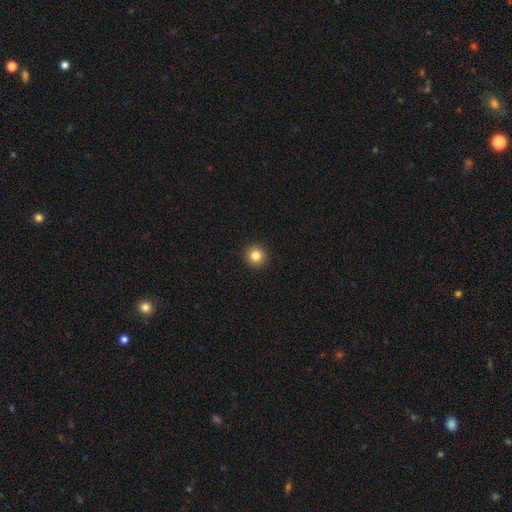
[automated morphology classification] Smooth or featured: smooth — 84% (star or artifact — 11%)
How rounded: round — 95% (in between — 4%)
Merging: none — 93% (minor disturbance — 4%)